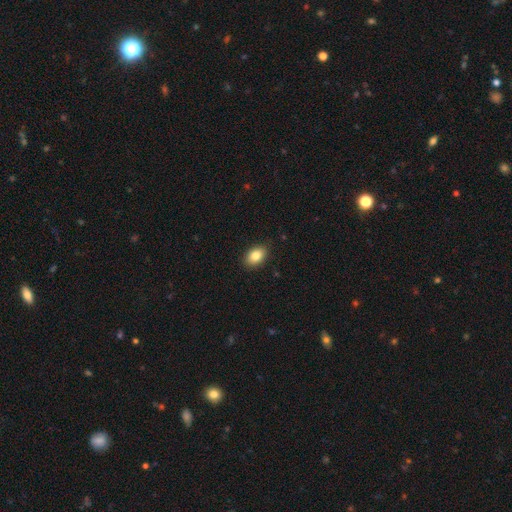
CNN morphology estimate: Smooth or featured? smooth (84%)
How rounded? in between (85%)
Merging? none (88%)